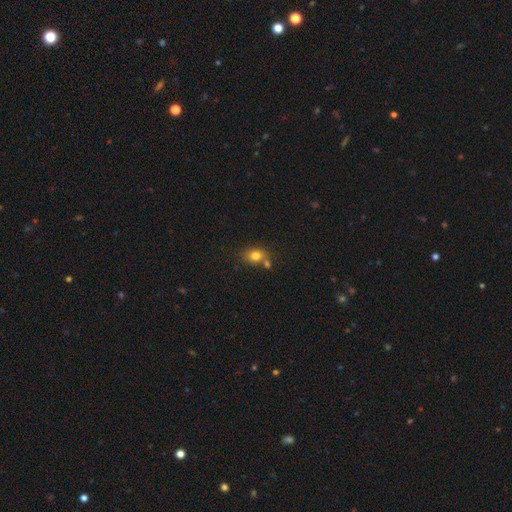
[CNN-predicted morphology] A smooth galaxy with no disk features (79%) that is in between round and cigar-shaped (55%).

Vote fractions:
- Smooth or featured? smooth: 79% / star or artifact: 11% / featured or disk: 10%
- How rounded? in between: 55% / round: 44% / cigar-shaped: 1%
- Merging? none: 57% / merger: 24% / minor disturbance: 15% / major disturbance: 4%